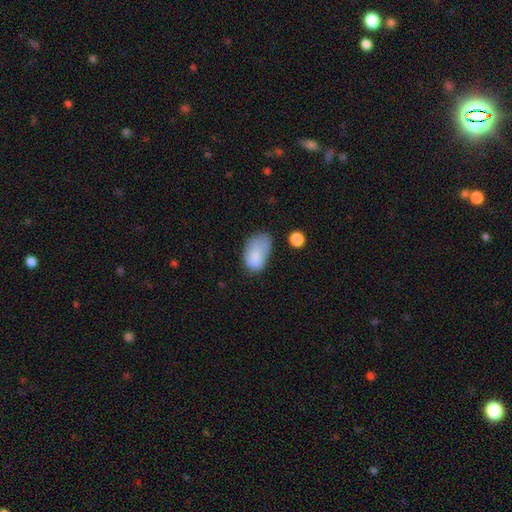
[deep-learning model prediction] The model was most divided on "merging": minor disturbance: 40%, none: 35%, major disturbance: 19%, merger: 5%. More confident: how rounded — in between (91%); smooth or featured — smooth (80%).